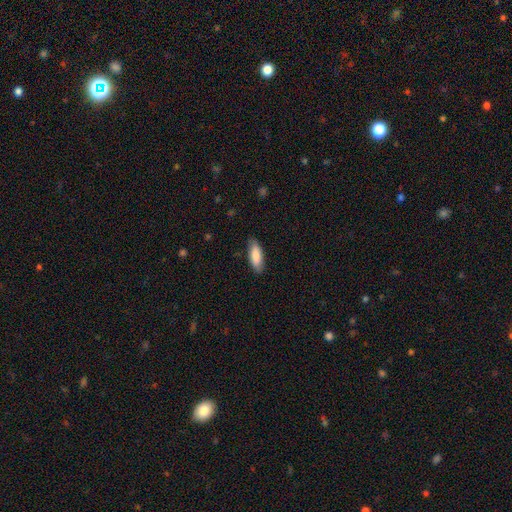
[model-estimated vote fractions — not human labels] The model was most divided on "how rounded": in between: 67%, cigar-shaped: 31%, round: 2%. More confident: smooth or featured — smooth (84%); merging — none (84%).